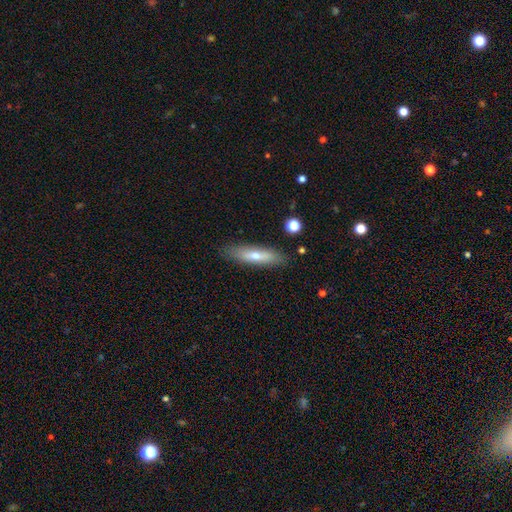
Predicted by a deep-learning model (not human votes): Q: Smooth or featured?
A: smooth (55%); runner-up: featured or disk (37%)
Q: How rounded?
A: cigar-shaped (74%); runner-up: in between (24%)
Q: Merging?
A: none (85%); runner-up: minor disturbance (10%)